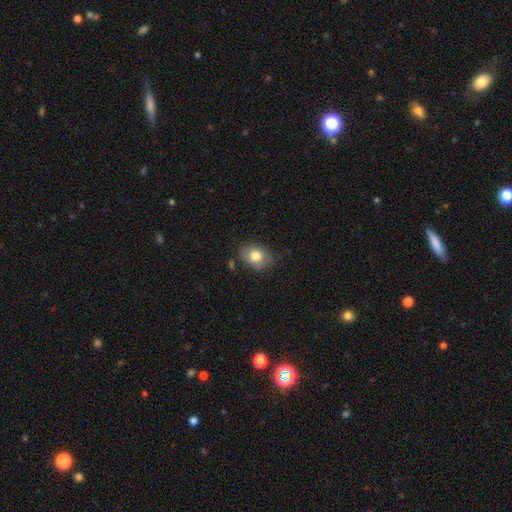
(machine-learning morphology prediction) The model was most divided on "how rounded": in between: 70%, round: 29%, cigar-shaped: 1%. More confident: merging — none (79%); smooth or featured — smooth (78%).